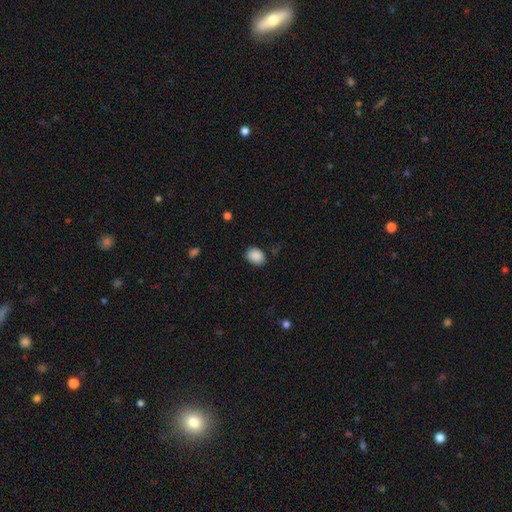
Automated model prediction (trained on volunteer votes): Smooth or featured? smooth (89%)
How rounded? in between (60%)
Merging? none (81%)